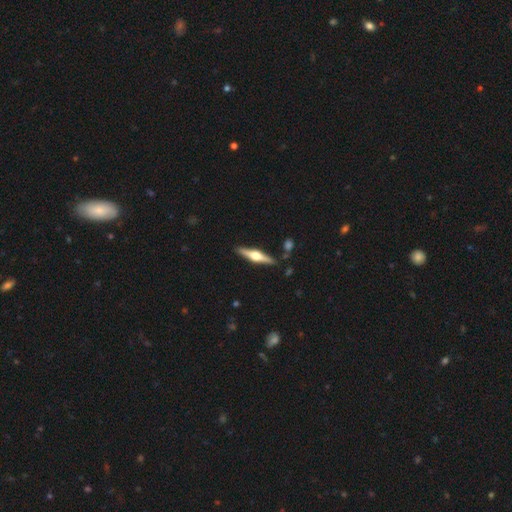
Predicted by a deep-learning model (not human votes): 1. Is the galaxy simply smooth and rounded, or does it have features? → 75% featured or disk, 20% smooth, 5% star or artifact.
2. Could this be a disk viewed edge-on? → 98% yes, 2% no.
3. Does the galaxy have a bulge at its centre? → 95% rounded, 4% boxy, 2% none.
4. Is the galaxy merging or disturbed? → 88% none, 8% minor disturbance, 3% merger, 2% major disturbance.